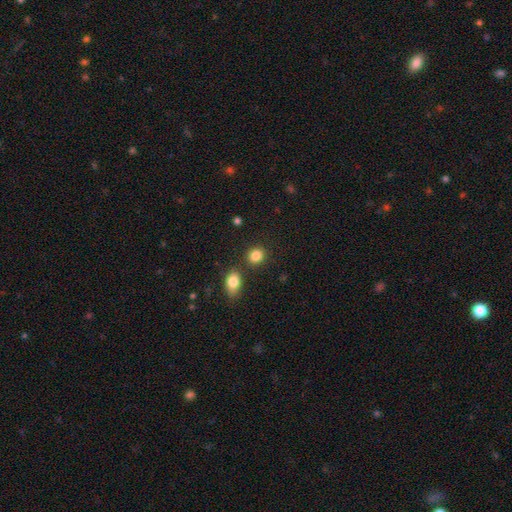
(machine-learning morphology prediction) smooth-or-featured: smooth: 85% | star or artifact: 10% | featured or disk: 5%
  how-rounded: round: 71% | in between: 28% | cigar-shaped: 1%
  merging: none: 78% | merger: 10% | minor disturbance: 9% | major disturbance: 3%